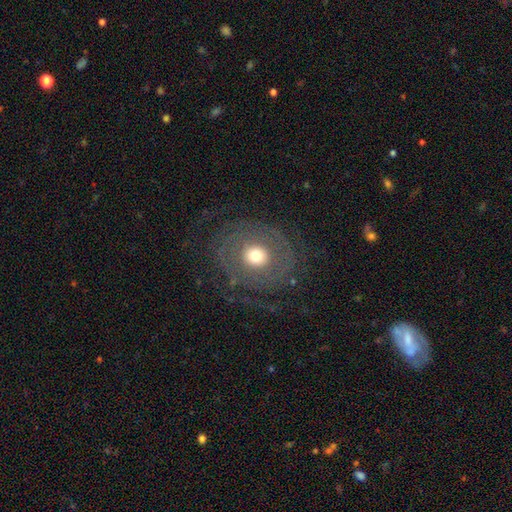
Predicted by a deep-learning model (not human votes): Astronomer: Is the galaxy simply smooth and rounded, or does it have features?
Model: featured or disk — 46% (runner-up: smooth, 31%).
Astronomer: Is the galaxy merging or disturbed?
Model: none — 84%.